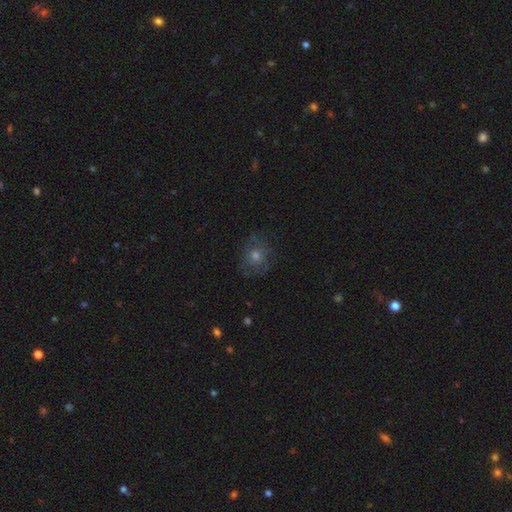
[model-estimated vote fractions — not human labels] smooth 44%, featured or disk 34%, star or artifact 22%. Down the decision tree: merging — none (75%).